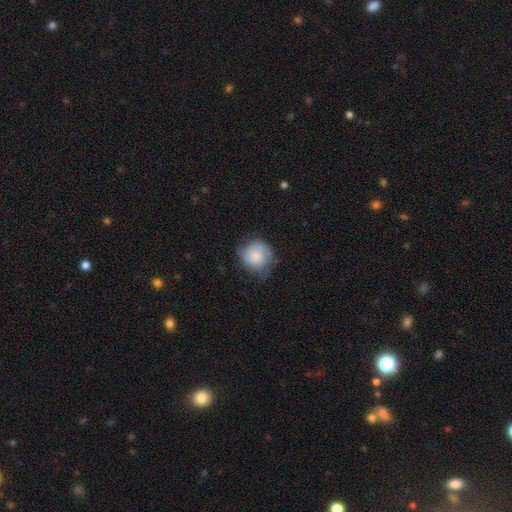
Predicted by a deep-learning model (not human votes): Overall: smooth (60%; featured or disk 33%). How rounded: round (81%). Merging: none (54%; minor disturbance 33%).